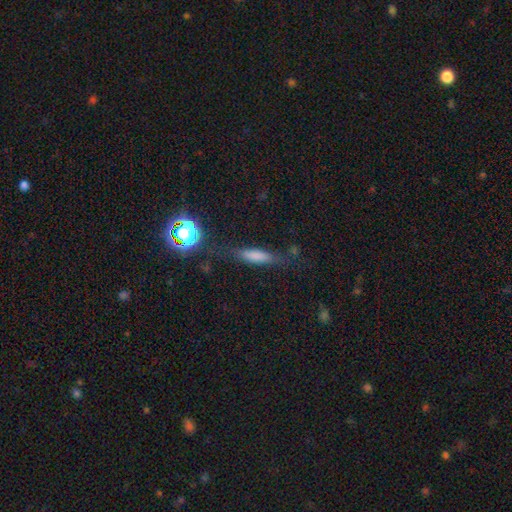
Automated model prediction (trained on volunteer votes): A smooth galaxy with no disk features (71%) that is cigar-shaped (70%). Merging: none (68%).